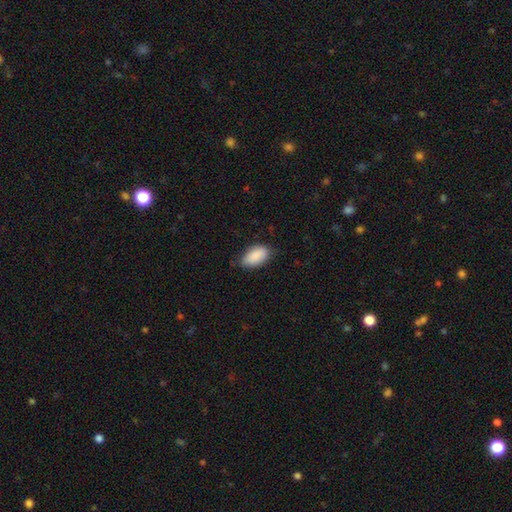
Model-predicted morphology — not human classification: Smooth or featured? smooth (89%)
How rounded? in between (94%)
Merging? none (74%)